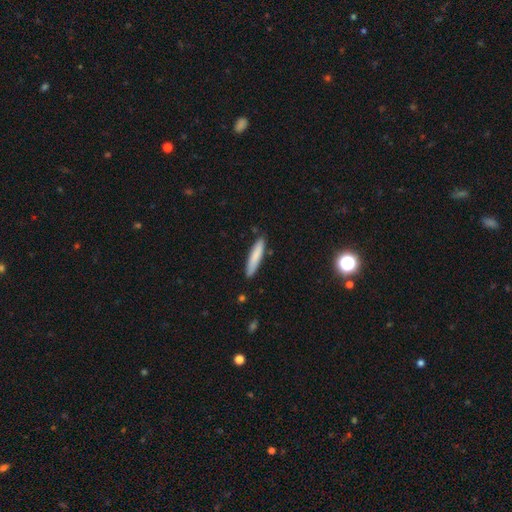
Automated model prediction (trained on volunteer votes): Smooth or featured: smooth — 81% (featured or disk — 13%)
How rounded: cigar-shaped — 90% (in between — 9%)
Merging: none — 87% (minor disturbance — 10%)